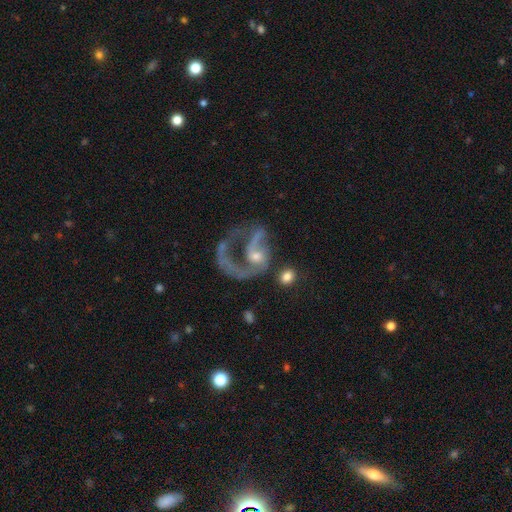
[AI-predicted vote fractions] Morphology: type=featured or disk (80%); edge-on=no (98%); bar=no (64%); spiral arms=yes (79%); winding=loose (50%); arm count=1 (61%); bulge=small (50%); merging=major disturbance (47%).